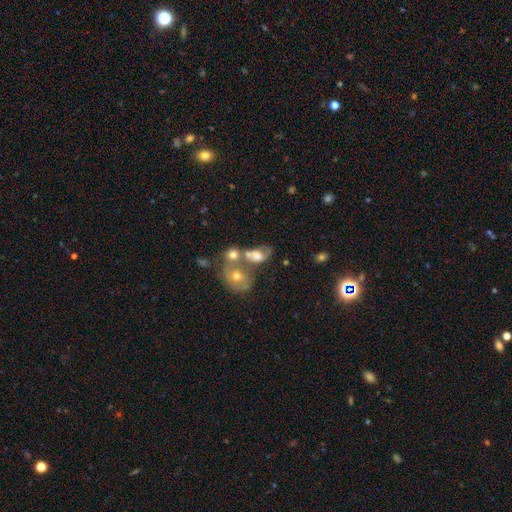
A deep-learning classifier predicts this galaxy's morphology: smooth_or_featured: smooth (p=0.48) [alt: featured or disk p=0.38]
merging: merger (p=0.50) [alt: none p=0.23]